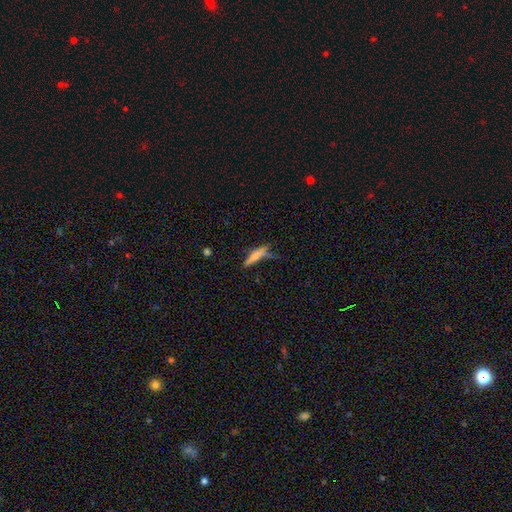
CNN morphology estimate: The model was most divided on "merging": none: 46%, minor disturbance: 24%, major disturbance: 17%, merger: 13%. More confident: how rounded — cigar-shaped (83%); smooth or featured — smooth (65%).